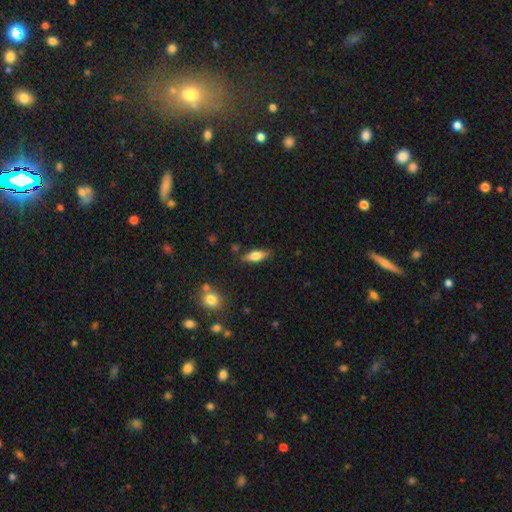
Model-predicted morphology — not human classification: This appears to be a smooth galaxy with no disk features (67%) that is in between round and cigar-shaped (62%). Merging: none (82%).